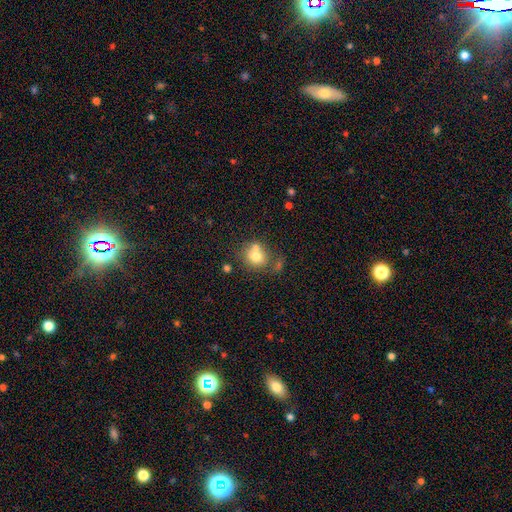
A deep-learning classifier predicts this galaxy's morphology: smooth-or-featured: smooth: 71% | featured or disk: 17% | star or artifact: 11%
  how-rounded: round: 72% | in between: 27% | cigar-shaped: 1%
  merging: none: 45% | merger: 35% | minor disturbance: 14% | major disturbance: 6%